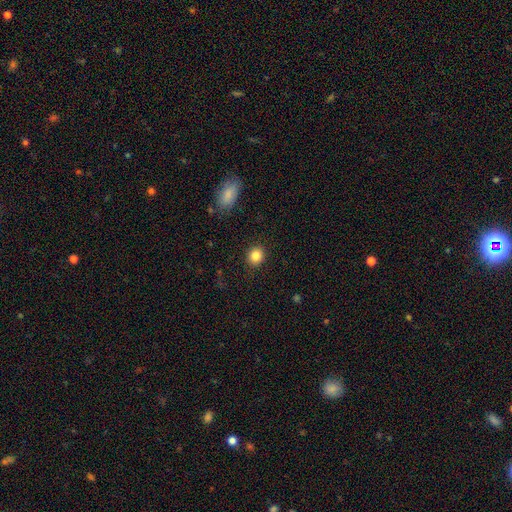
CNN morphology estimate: Smooth or featured?
  - smooth: 84% *
  - star or artifact: 10%
  - featured or disk: 6%
How rounded?
  - round: 74% *
  - in between: 25%
  - cigar-shaped: 1%
Merging?
  - none: 90% *
  - minor disturbance: 7%
  - major disturbance: 2%
  - merger: 1%